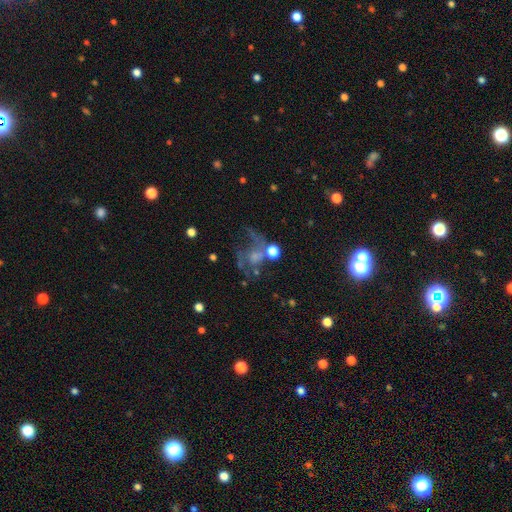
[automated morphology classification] Q: Smooth or featured?
A: featured or disk (55%); runner-up: star or artifact (27%)
Q: Edge-on disk?
A: no (96%); runner-up: yes (4%)
Q: Bar?
A: no (71%); runner-up: weak (23%)
Q: Spiral arms?
A: yes (70%); runner-up: no (30%)
Q: Bulge size?
A: none (35%); runner-up: small (30%)
Q: Merging?
A: none (46%); runner-up: major disturbance (28%)